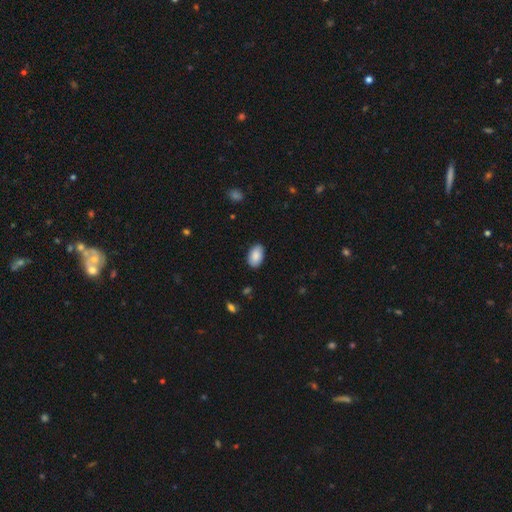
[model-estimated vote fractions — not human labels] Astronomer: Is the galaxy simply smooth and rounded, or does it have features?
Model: smooth — 89%.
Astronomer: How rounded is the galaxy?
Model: in between — 93%.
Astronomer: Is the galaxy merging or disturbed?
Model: none — 87%.